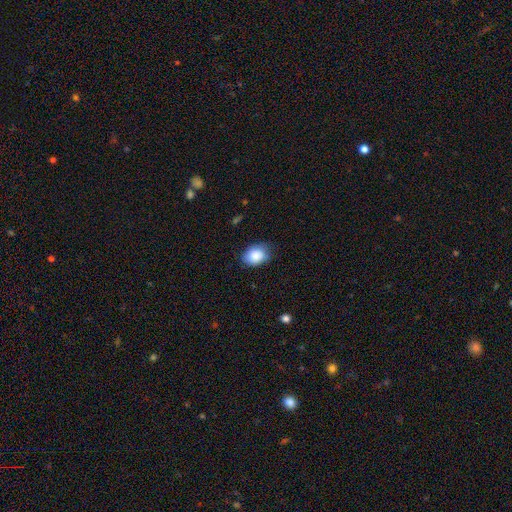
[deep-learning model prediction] smooth_or_featured: smooth (p=0.87) [alt: star or artifact p=0.07]
how_rounded: in between (p=0.69) [alt: round p=0.30]
merging: none (p=0.73) [alt: minor disturbance p=0.22]